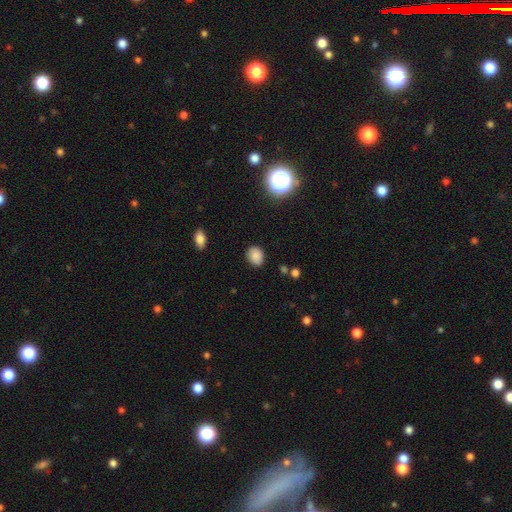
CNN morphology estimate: This is clearly a smooth galaxy (83%). How rounded: possibly round (50%). Merging: clearly none (83%).